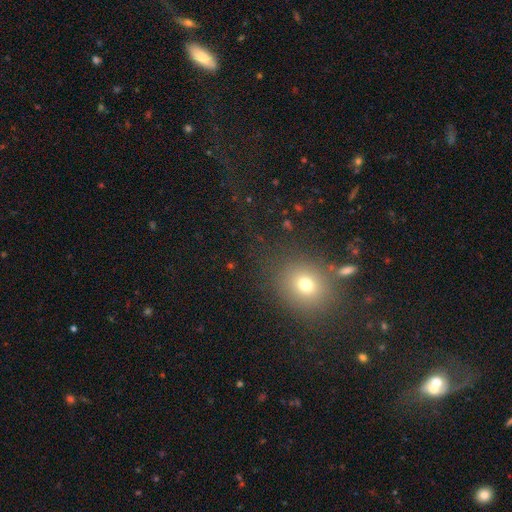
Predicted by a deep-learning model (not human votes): smooth 61%, star or artifact 28%, featured or disk 11%. Down the decision tree: how rounded — round (73%); merging — none (73%).